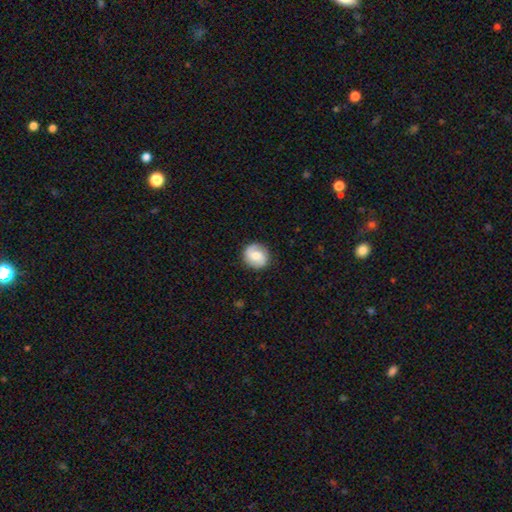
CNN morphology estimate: The model was most divided on "bar": weak: 46%, no: 41%, strong: 13%. More confident: edge-on disk — no (98%); spiral arms — yes (88%); merging — none (86%); bulge size — moderate (60%); smooth or featured — featured or disk (51%).